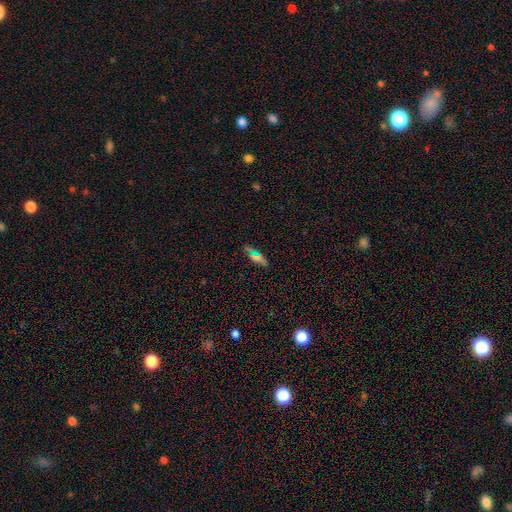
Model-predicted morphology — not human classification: This appears to be a smooth galaxy with no disk features (54%) that is in between round and cigar-shaped (62%). Merging: none (84%).